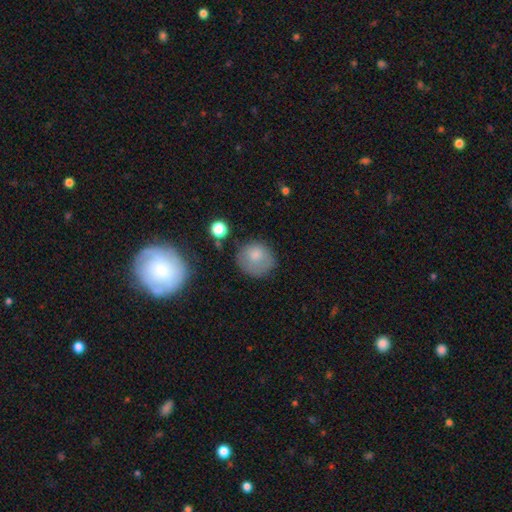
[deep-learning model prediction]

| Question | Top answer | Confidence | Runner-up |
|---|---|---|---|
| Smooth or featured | smooth | 78% | featured or disk (13%) |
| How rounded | round | 81% | in between (18%) |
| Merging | none | 63% | minor disturbance (23%) |